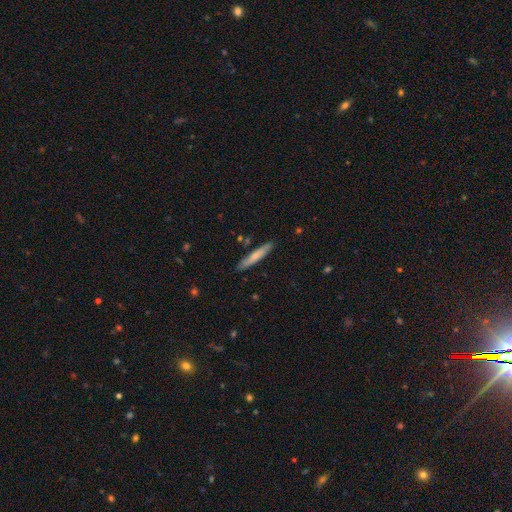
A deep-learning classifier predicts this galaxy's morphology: type=smooth (65%); roundness=cigar-shaped (92%); merging=none (86%).